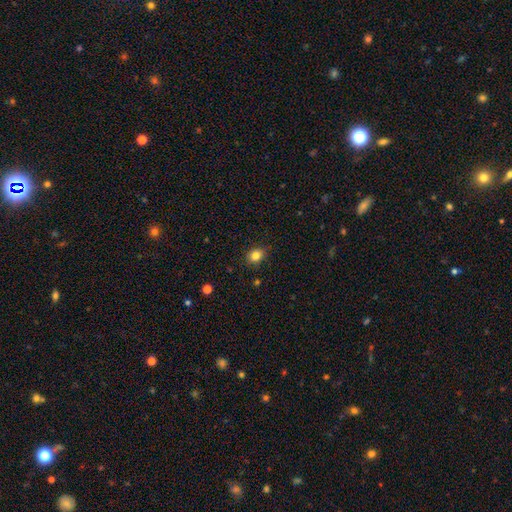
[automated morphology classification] type=smooth (83%); roundness=round (61%); merging=none (86%).